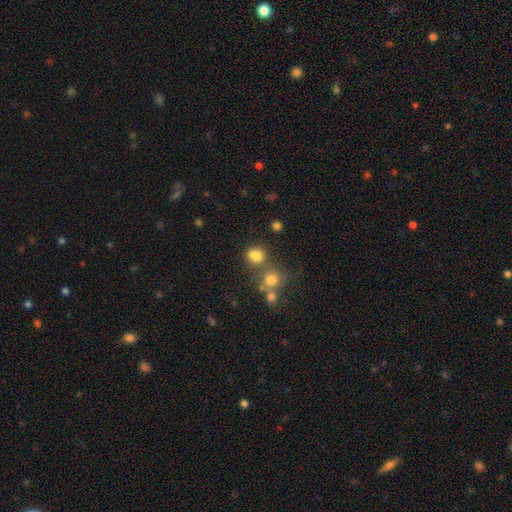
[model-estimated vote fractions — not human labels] Smooth or featured? smooth (78%)
How rounded? in between (52%)
Merging? none (52%)